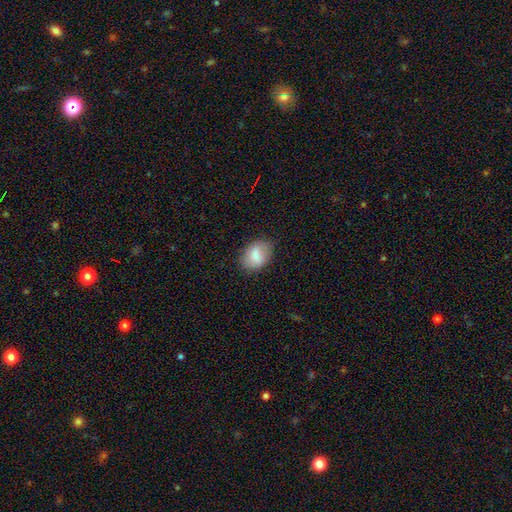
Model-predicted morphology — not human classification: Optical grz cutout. It shows a smooth galaxy with no disk features (78%) that is in between round and cigar-shaped (77%). Merging: none (76%).